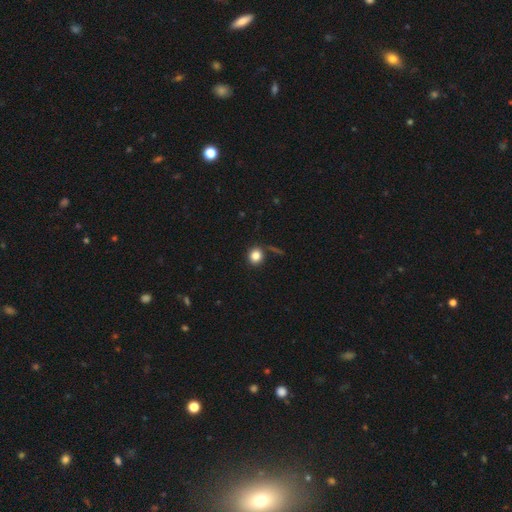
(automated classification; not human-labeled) Smooth or featured?
  - smooth: 83% *
  - star or artifact: 11%
  - featured or disk: 6%
How rounded?
  - round: 84% *
  - in between: 15%
  - cigar-shaped: 1%
Merging?
  - none: 81% *
  - minor disturbance: 10%
  - merger: 5%
  - major disturbance: 4%